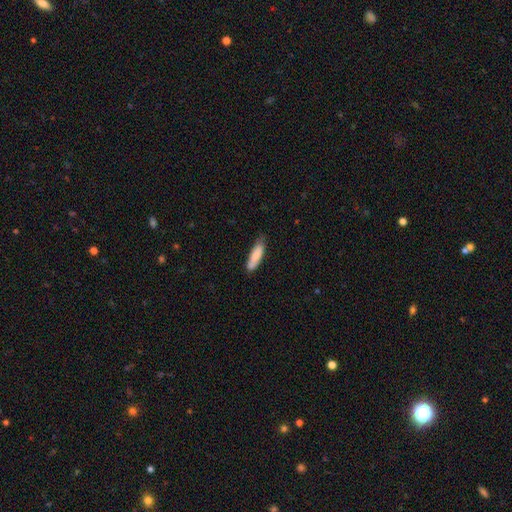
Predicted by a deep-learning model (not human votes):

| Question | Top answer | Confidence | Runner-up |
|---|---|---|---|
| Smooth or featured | smooth | 82% | featured or disk (12%) |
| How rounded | cigar-shaped | 62% | in between (37%) |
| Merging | none | 67% | minor disturbance (25%) |